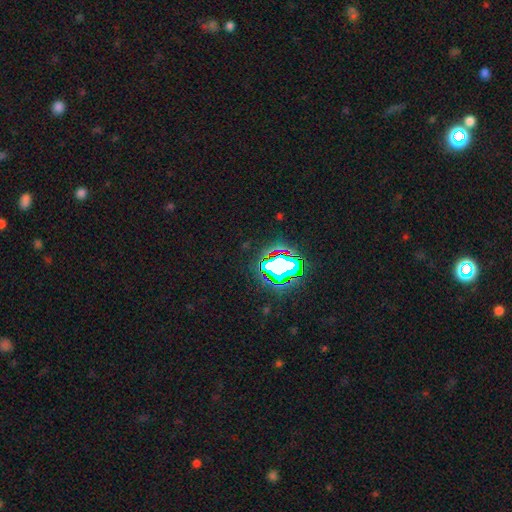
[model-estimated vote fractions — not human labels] The model was most divided on "smooth or featured": star or artifact: 80%, smooth: 13%, featured or disk: 7%.